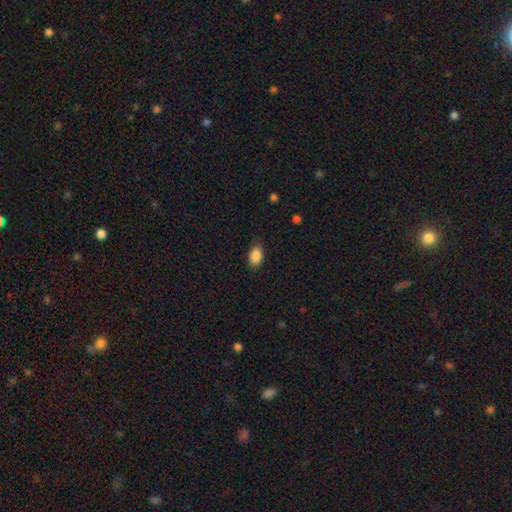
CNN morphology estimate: smooth_or_featured: smooth (p=0.87) [alt: star or artifact p=0.08]
how_rounded: in between (p=0.88) [alt: round p=0.10]
merging: none (p=0.84) [alt: minor disturbance p=0.13]